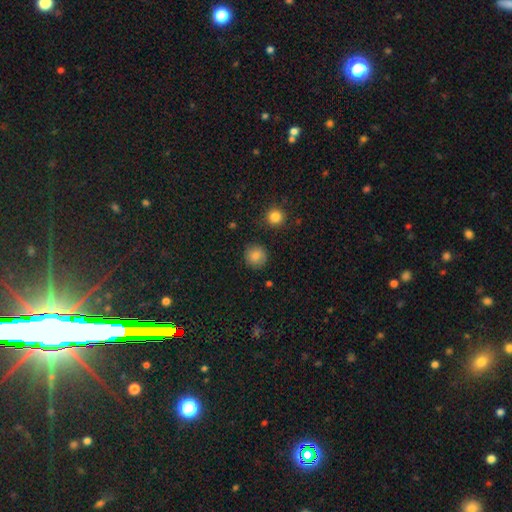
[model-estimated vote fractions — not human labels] smooth_or_featured: smooth (p=0.85) [alt: star or artifact p=0.10]
how_rounded: round (p=0.93) [alt: in between p=0.06]
merging: none (p=0.88) [alt: minor disturbance p=0.07]